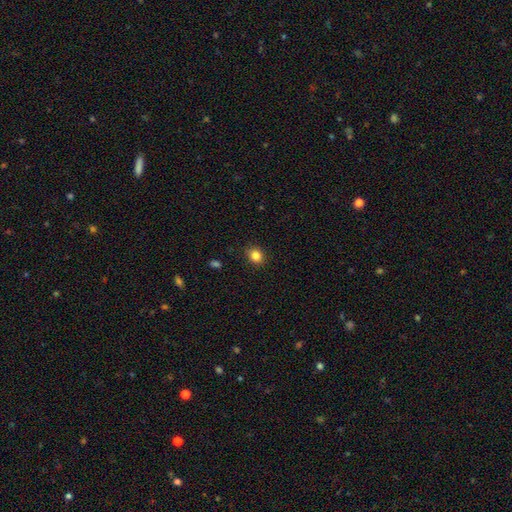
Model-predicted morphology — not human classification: smooth 84%, star or artifact 11%, featured or disk 5%. Down the decision tree: how rounded — round (63%); merging — none (87%).